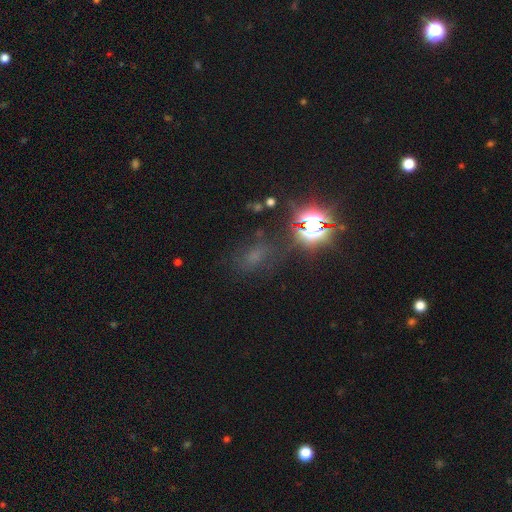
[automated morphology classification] smooth-or-featured: star or artifact: 48% | smooth: 37% | featured or disk: 14%